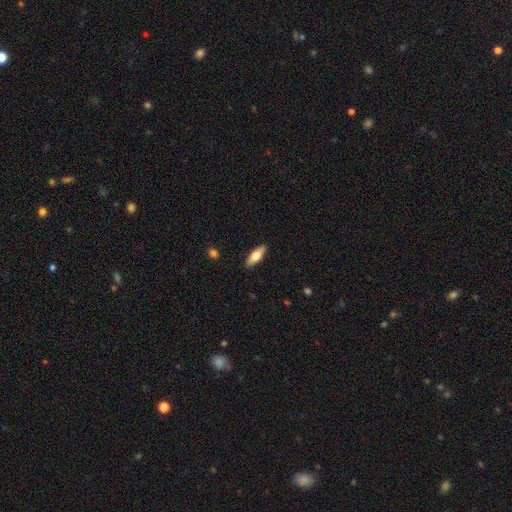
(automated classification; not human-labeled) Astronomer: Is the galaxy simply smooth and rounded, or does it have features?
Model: smooth — 63%.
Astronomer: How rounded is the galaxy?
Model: in between — 61% (runner-up: cigar-shaped, 37%).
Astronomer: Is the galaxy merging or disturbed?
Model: none — 89%.